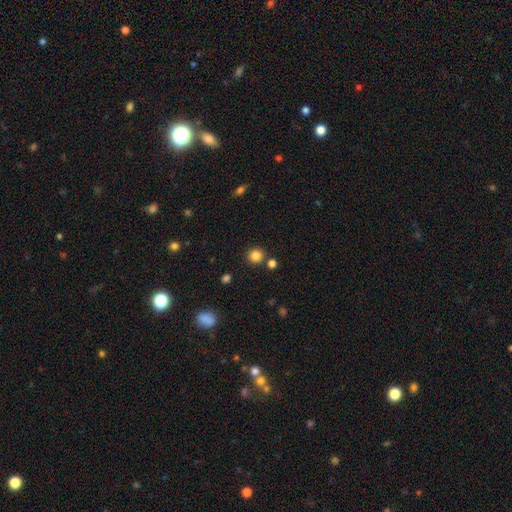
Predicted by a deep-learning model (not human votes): A smooth galaxy with no disk features (83%) that is round (92%).

Vote fractions:
- Smooth or featured? smooth: 83% / star or artifact: 12% / featured or disk: 4%
- How rounded? round: 92% / in between: 7% / cigar-shaped: 1%
- Merging? none: 84% / merger: 7% / minor disturbance: 7% / major disturbance: 2%